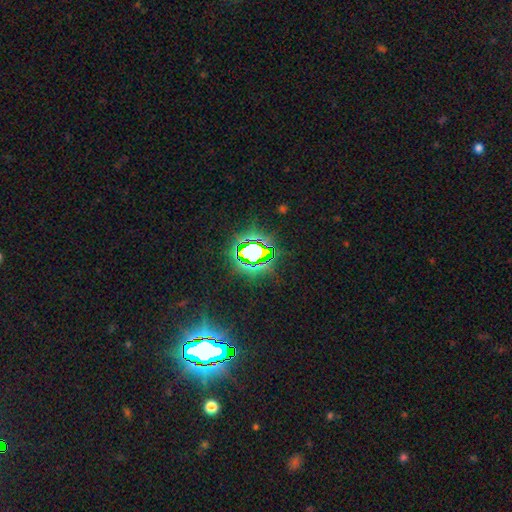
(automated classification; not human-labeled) A star or artifact, not a galaxy (76%).

Vote fractions:
- Smooth or featured? star or artifact: 76% / smooth: 14% / featured or disk: 11%